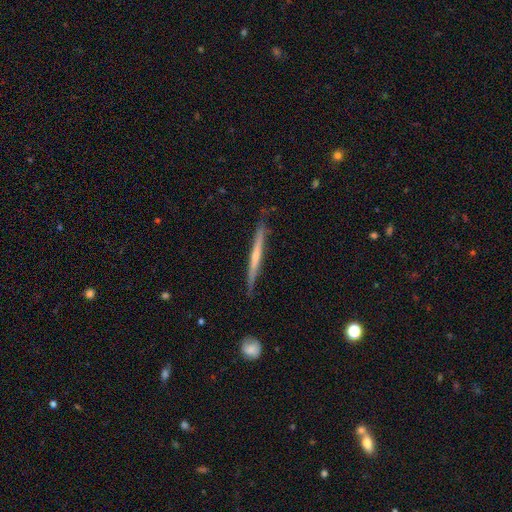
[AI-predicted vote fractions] featured or disk 65%, smooth 27%, star or artifact 8%. Down the decision tree: edge-on disk — yes (97%); edge-on bulge — rounded (54%); merging — none (88%).